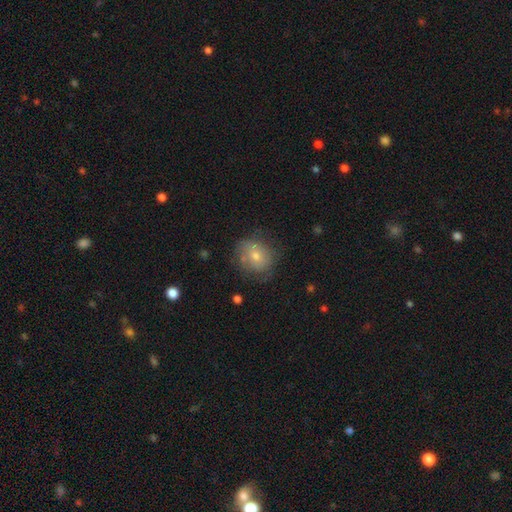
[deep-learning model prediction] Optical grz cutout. It shows a smooth galaxy with no disk features (51%) that is round (73%). Merging: none (67%).